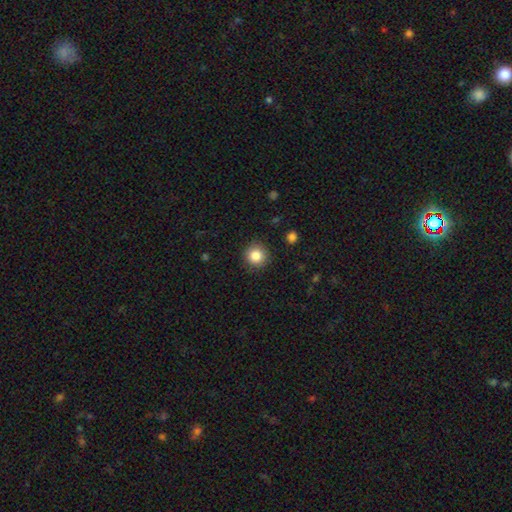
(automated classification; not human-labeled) A smooth galaxy with no disk features (85%) that is round (94%).

Vote fractions:
- Smooth or featured? smooth: 85% / star or artifact: 10% / featured or disk: 5%
- How rounded? round: 94% / in between: 5% / cigar-shaped: 1%
- Merging? none: 90% / minor disturbance: 7% / major disturbance: 2% / merger: 1%